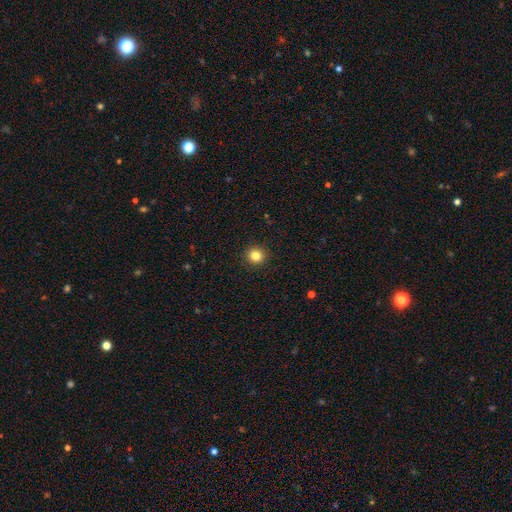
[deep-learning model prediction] Smooth or featured? smooth (84%)
How rounded? round (92%)
Merging? none (93%)